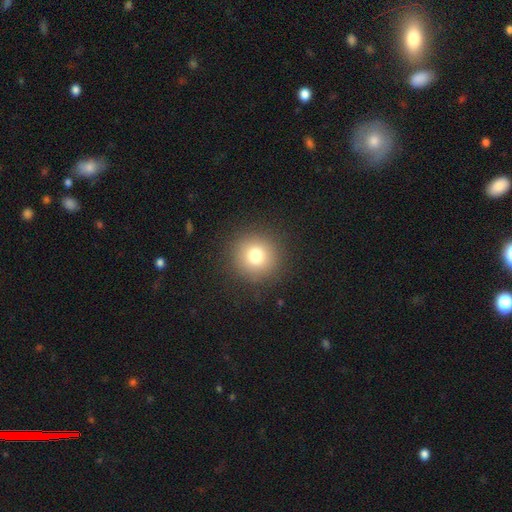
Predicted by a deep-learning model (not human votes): smooth-or-featured: smooth: 77% | star or artifact: 13% | featured or disk: 10%
  how-rounded: round: 95% | in between: 4% | cigar-shaped: 1%
  merging: none: 90% | minor disturbance: 6% | major disturbance: 3% | merger: 1%